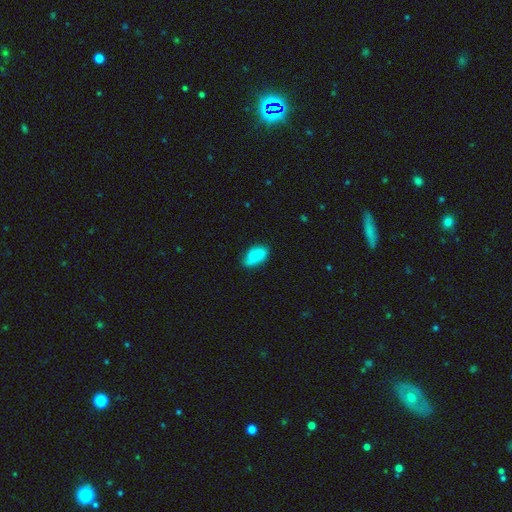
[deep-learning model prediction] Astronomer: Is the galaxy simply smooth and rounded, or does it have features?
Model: smooth — 77%.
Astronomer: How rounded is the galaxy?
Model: in between — 92%.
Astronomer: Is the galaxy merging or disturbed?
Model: none — 65%.